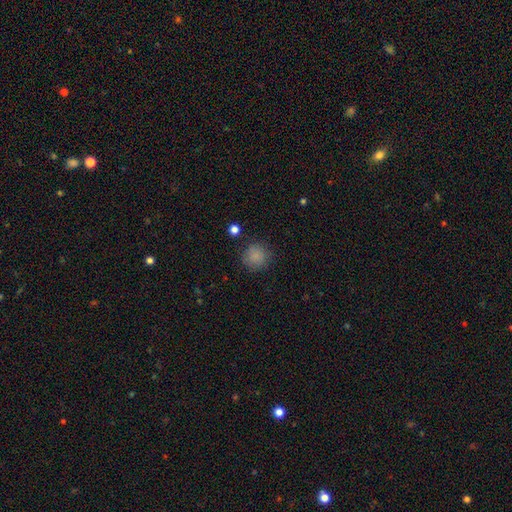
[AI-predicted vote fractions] smooth 84%, star or artifact 11%, featured or disk 5%. Down the decision tree: how rounded — round (92%); merging — none (84%).